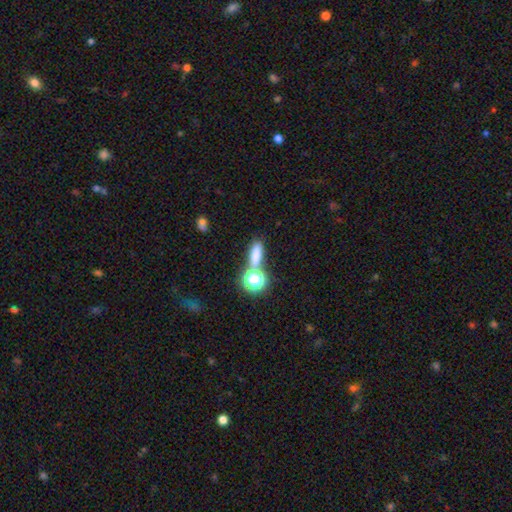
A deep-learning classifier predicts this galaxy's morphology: type=smooth (73%); roundness=in between (48%); merging=none (62%).